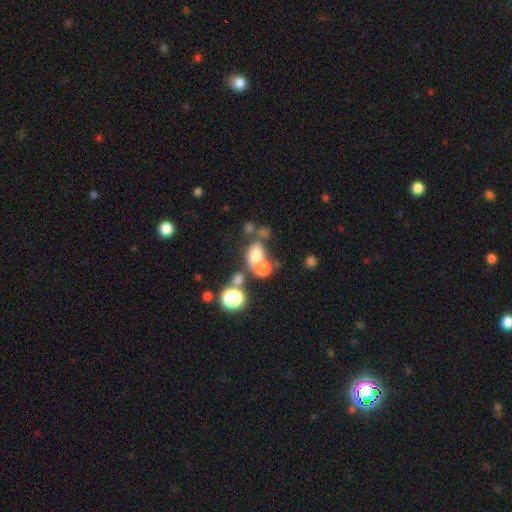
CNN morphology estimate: smooth-or-featured: smooth: 68% | star or artifact: 17% | featured or disk: 16%
  how-rounded: in between: 51% | round: 47% | cigar-shaped: 1%
  merging: merger: 42% | none: 40% | minor disturbance: 11% | major disturbance: 7%